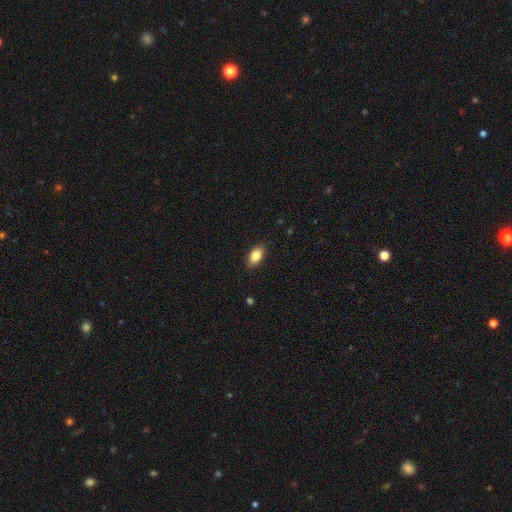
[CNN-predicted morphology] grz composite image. It shows a smooth galaxy with no disk features (84%) that is in between round and cigar-shaped (91%). Merging: none (88%).